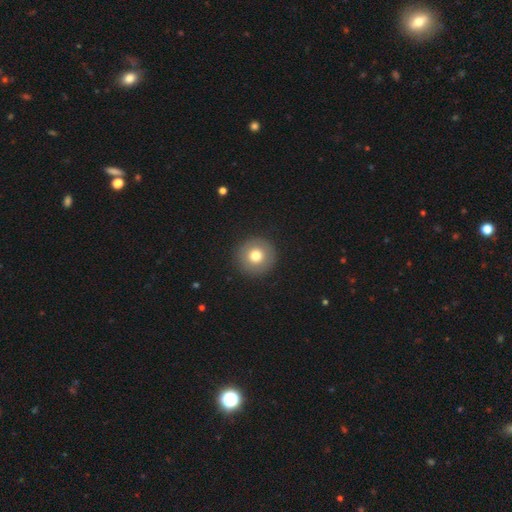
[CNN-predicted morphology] Smooth or featured?
  - smooth: 75% *
  - featured or disk: 15%
  - star or artifact: 10%
How rounded?
  - round: 96% *
  - in between: 3%
  - cigar-shaped: 1%
Merging?
  - none: 92% *
  - minor disturbance: 5%
  - major disturbance: 2%
  - merger: 1%